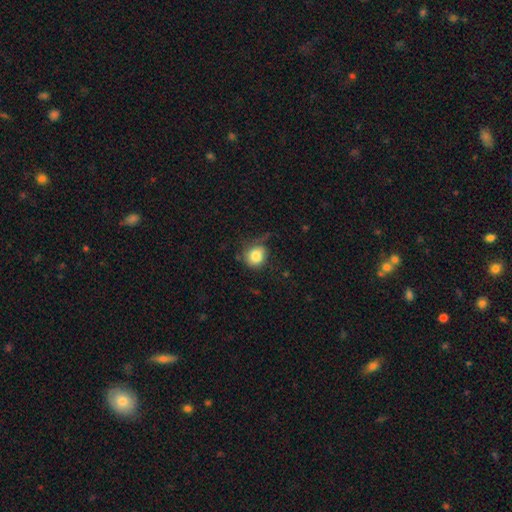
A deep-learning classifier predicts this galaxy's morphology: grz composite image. It shows a smooth galaxy with no disk features (82%) that is round (77%). Merging: none (54%).